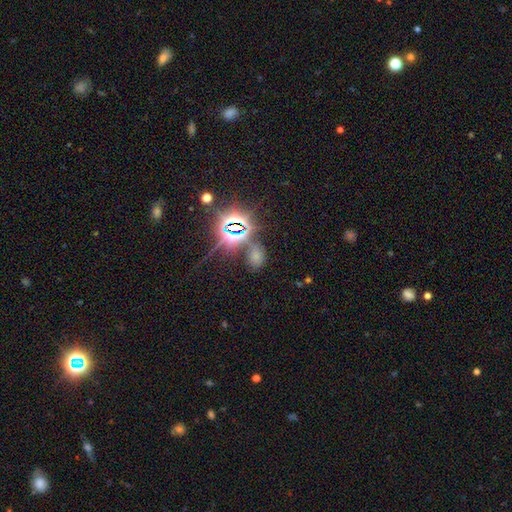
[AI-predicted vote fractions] Morphology: type=star or artifact (52%).